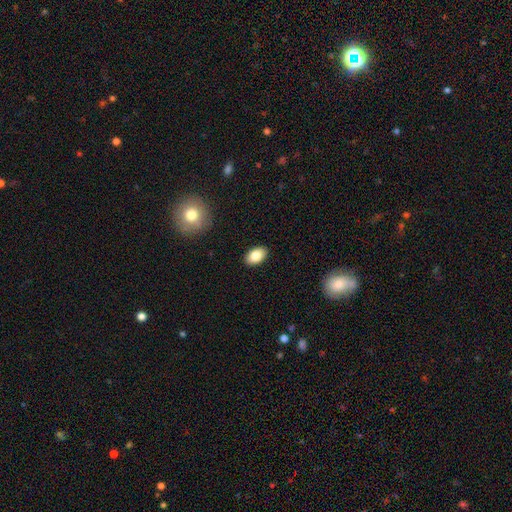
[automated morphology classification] This appears to be a smooth galaxy with no disk features (85%) that is in between round and cigar-shaped (90%). Merging: none (89%).